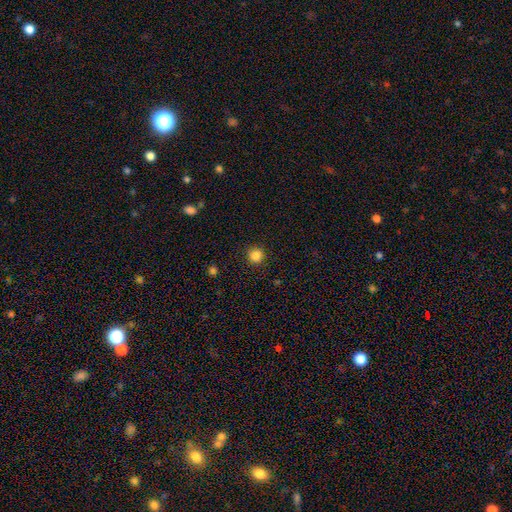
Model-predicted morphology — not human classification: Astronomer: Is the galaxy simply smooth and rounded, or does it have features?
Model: smooth — 85%.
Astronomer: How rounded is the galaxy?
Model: round — 94%.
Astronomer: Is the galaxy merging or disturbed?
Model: none — 91%.